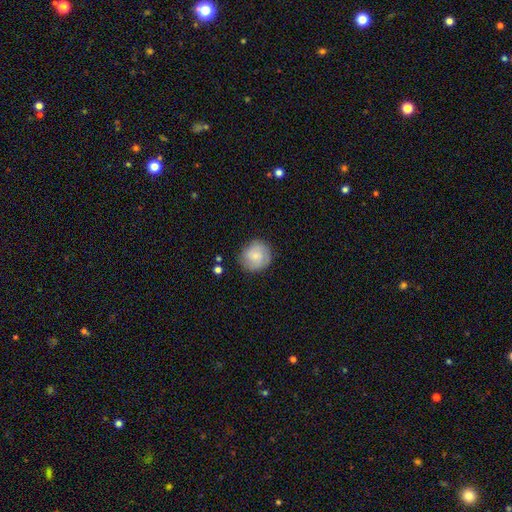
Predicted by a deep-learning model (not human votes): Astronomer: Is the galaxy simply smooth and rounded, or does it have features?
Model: smooth — 69%.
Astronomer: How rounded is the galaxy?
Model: round — 90%.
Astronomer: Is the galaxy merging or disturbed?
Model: none — 79%.